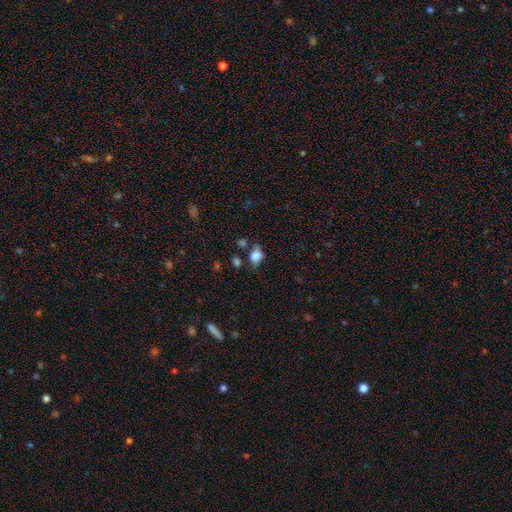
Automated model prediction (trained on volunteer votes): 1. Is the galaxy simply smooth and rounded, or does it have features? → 76% smooth, 12% featured or disk, 12% star or artifact.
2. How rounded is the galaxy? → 68% in between, 30% round, 2% cigar-shaped.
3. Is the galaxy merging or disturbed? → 52% none, 27% minor disturbance, 11% major disturbance, 10% merger.